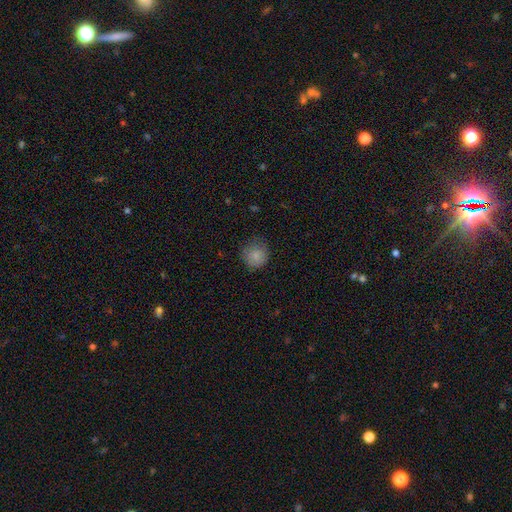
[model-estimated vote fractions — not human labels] Overall: smooth (83%). How rounded: round (90%). Merging: none (74%).